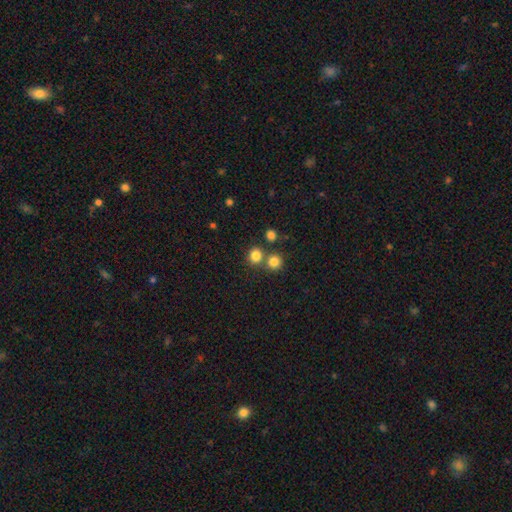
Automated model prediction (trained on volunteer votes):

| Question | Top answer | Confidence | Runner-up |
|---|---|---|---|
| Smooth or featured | smooth | 80% | star or artifact (14%) |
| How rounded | round | 85% | in between (14%) |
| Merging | none | 65% | merger (24%) |